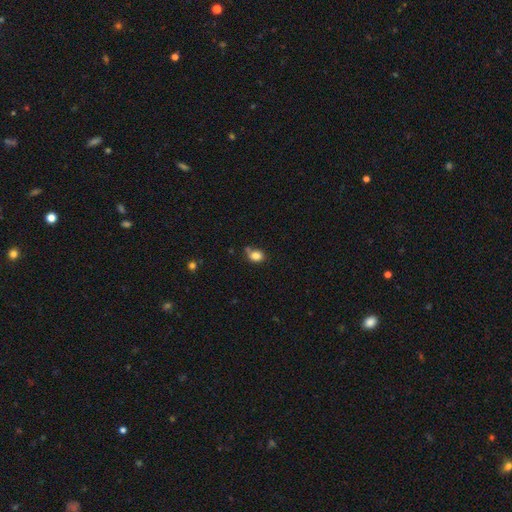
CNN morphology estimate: The model was most divided on "how rounded": round: 55%, in between: 44%, cigar-shaped: 1%. More confident: smooth or featured — smooth (83%); merging — none (57%).